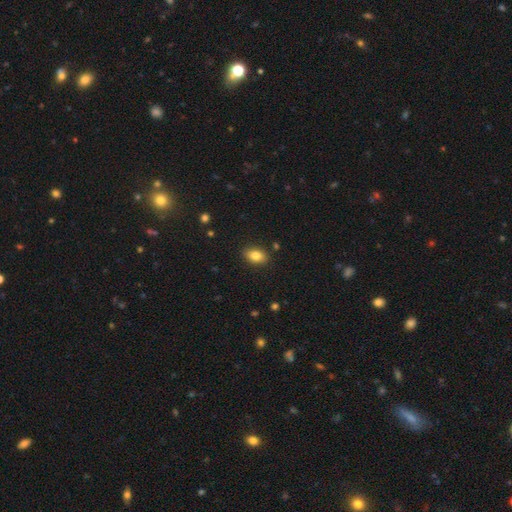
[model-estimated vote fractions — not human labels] Smooth or featured: smooth — 82% (featured or disk — 9%)
How rounded: in between — 86% (round — 11%)
Merging: none — 87% (minor disturbance — 10%)